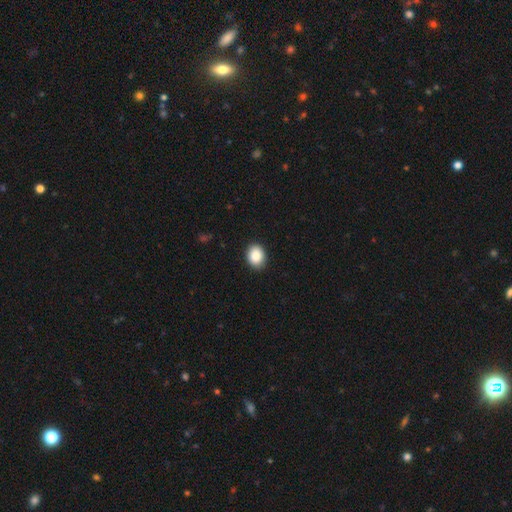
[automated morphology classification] Smooth or featured? Predicted: smooth (p=0.88). How rounded? Predicted: in between (p=0.56). Merging? Predicted: none (p=0.89).